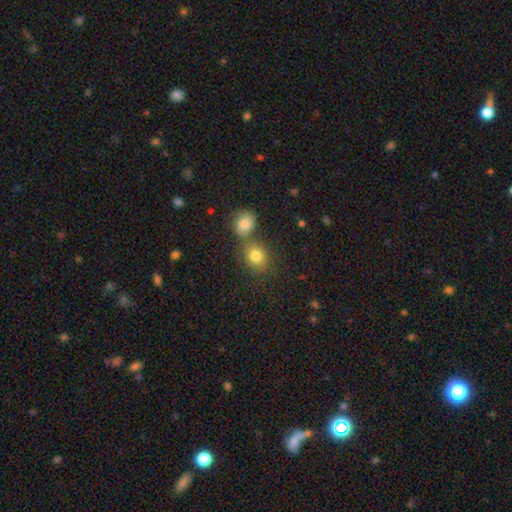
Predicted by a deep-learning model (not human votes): smooth 80%, star or artifact 11%, featured or disk 9%. Down the decision tree: how rounded — round (59%); merging — none (49%).